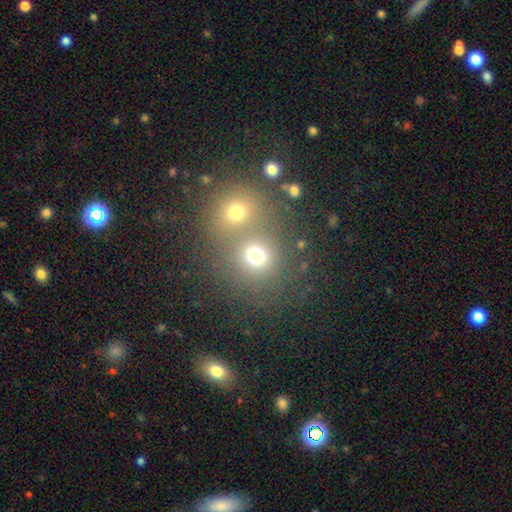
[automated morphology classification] This is likely a smooth galaxy (72%). How rounded: clearly round (83%). Merging: possibly merger (53%).